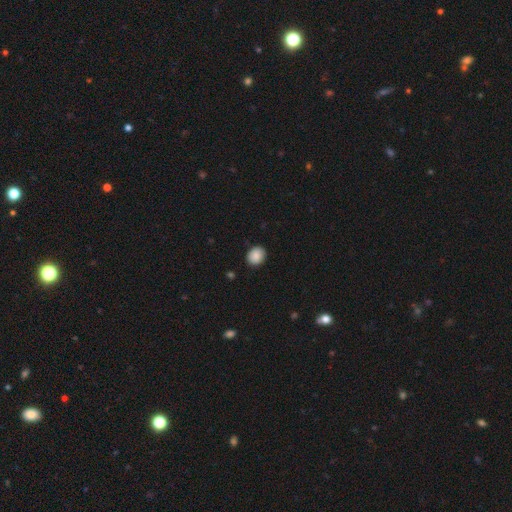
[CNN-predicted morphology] This appears to be a smooth galaxy with no disk features (88%) that is round (64%). Merging: none (89%).